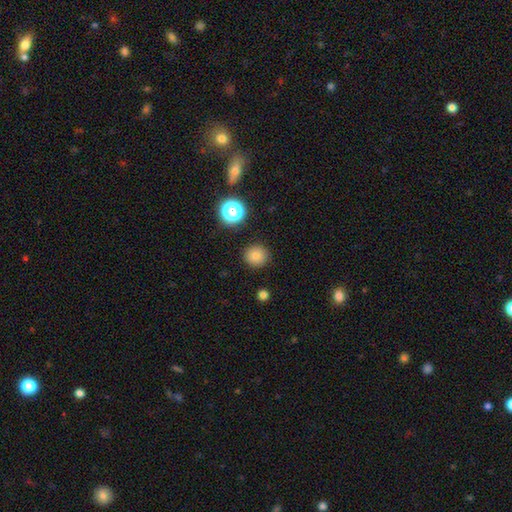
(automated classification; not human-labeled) Smooth or featured? smooth (81%)
How rounded? round (93%)
Merging? none (90%)